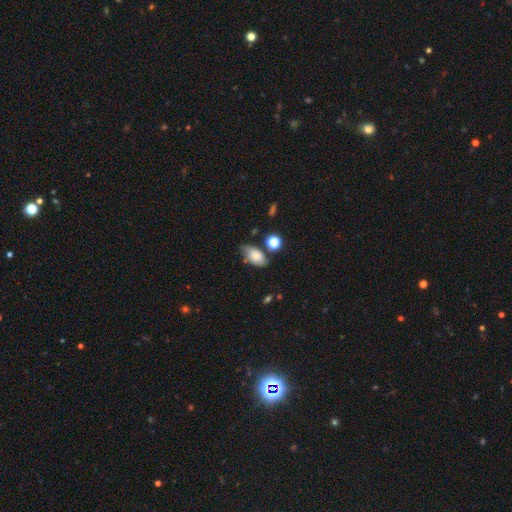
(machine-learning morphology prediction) Smooth or featured: smooth — 80% (featured or disk — 12%)
How rounded: in between — 91% (round — 5%)
Merging: none — 64% (minor disturbance — 22%)